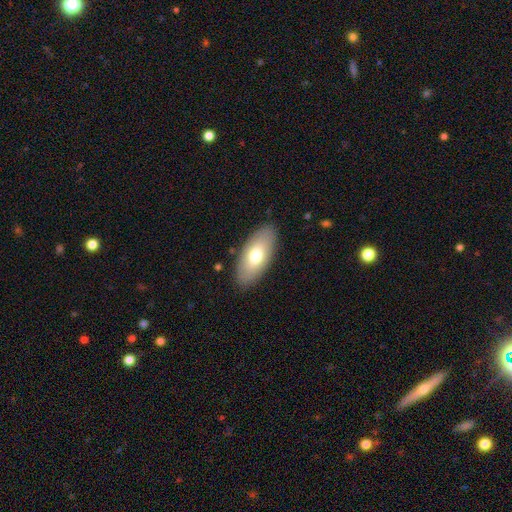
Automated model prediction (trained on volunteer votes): smooth-or-featured: smooth: 71% | featured or disk: 23% | star or artifact: 6%
  how-rounded: in between: 89% | cigar-shaped: 8% | round: 2%
  merging: none: 87% | minor disturbance: 9% | major disturbance: 2% | merger: 1%